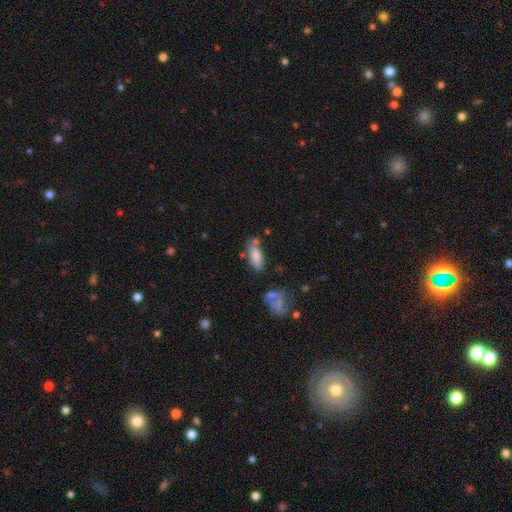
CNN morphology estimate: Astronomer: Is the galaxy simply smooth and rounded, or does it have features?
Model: smooth — 80%.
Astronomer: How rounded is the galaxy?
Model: in between — 72%.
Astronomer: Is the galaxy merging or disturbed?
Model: none — 60%.